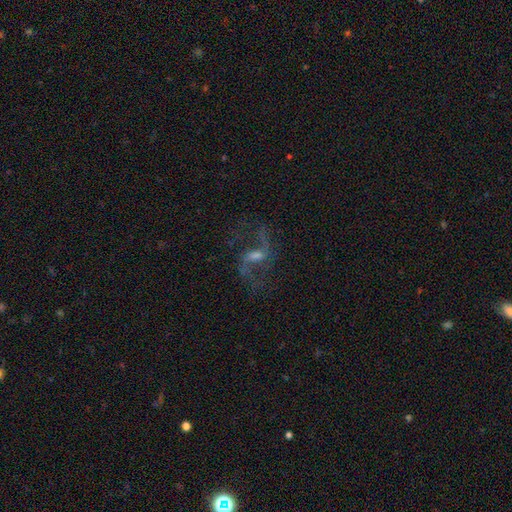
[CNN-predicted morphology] This is clearly a featured or disk galaxy (83%). It is clearly not viewed edge-on (95%). Bar: possibly weak (53%). Spiral arm pattern: clearly yes (93%). Spiral arm count: clearly 2 (91%). Spiral winding: likely loose (76%). Central bulge: marginally moderate (40%). Merging: likely none (73%).